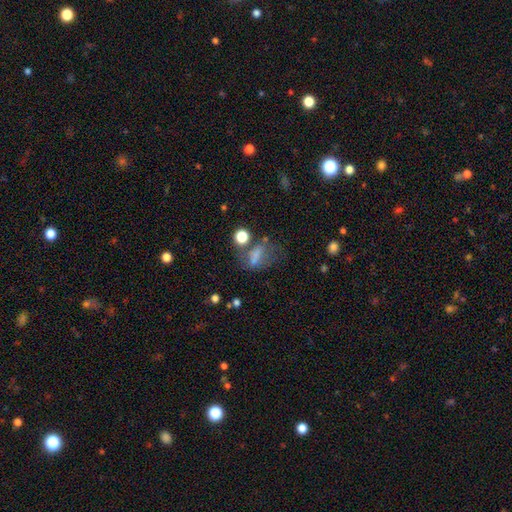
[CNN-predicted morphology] Smooth or featured? smooth (61%)
How rounded? in between (70%)
Merging? none (34%)